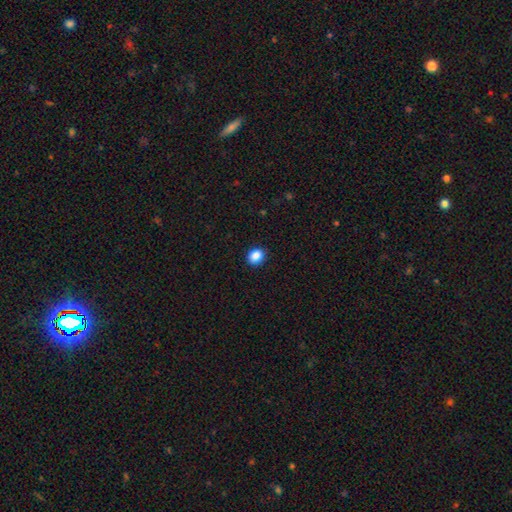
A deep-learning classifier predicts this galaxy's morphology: Smooth or featured? Predicted: smooth (p=0.88). How rounded? Predicted: round (p=0.51). Merging? Predicted: none (p=0.89).